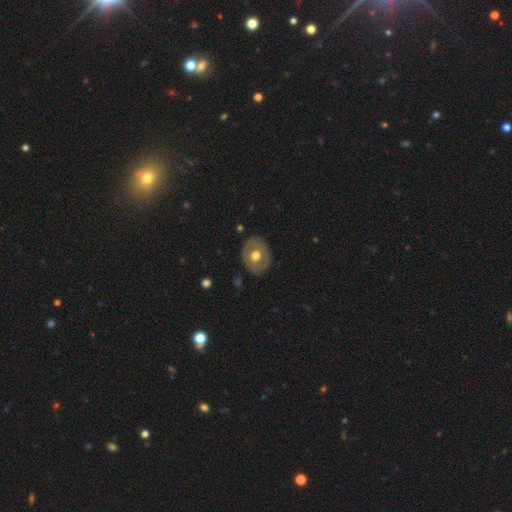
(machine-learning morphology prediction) featured or disk 48%, smooth 46%, star or artifact 6%. Down the decision tree: merging — none (83%).